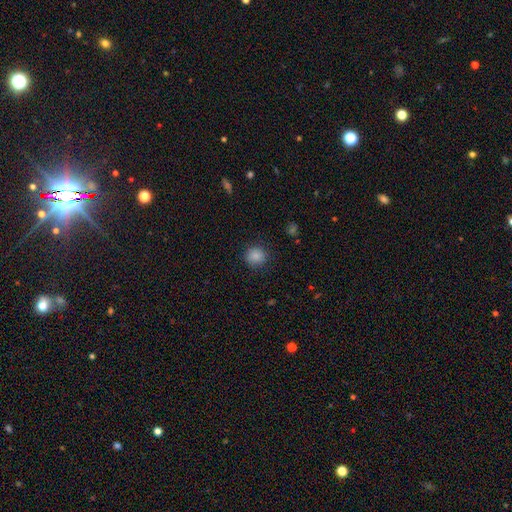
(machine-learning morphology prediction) Smooth or featured: smooth — 86% (star or artifact — 10%)
How rounded: round — 87% (in between — 12%)
Merging: none — 87% (minor disturbance — 9%)